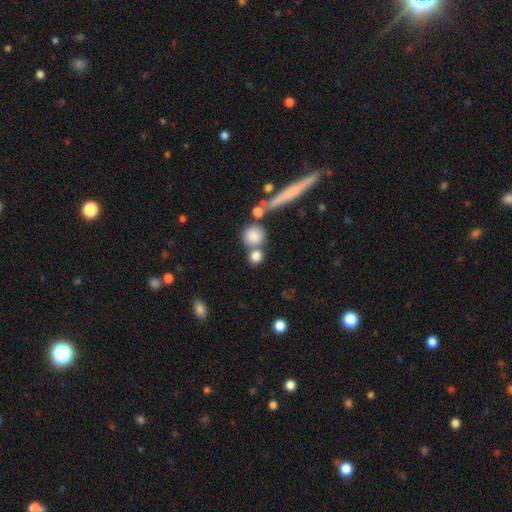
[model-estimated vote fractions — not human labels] smooth-or-featured: smooth: 82% | star or artifact: 10% | featured or disk: 8%
  how-rounded: round: 82% | in between: 14% | cigar-shaped: 4%
  merging: none: 58% | merger: 29% | minor disturbance: 9% | major disturbance: 5%